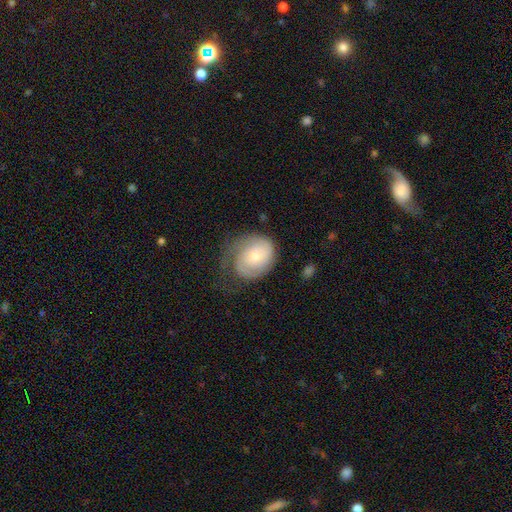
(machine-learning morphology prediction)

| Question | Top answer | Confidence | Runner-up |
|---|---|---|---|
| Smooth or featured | featured or disk | 66% | smooth (28%) |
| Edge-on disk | no | 97% | yes (3%) |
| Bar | no | 74% | weak (22%) |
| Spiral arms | yes | 89% | no (11%) |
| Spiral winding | tight | 59% | medium (28%) |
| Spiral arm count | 2 | 40% | 1 (25%) |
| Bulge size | small | 52% | moderate (42%) |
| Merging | none | 51% | minor disturbance (26%) |